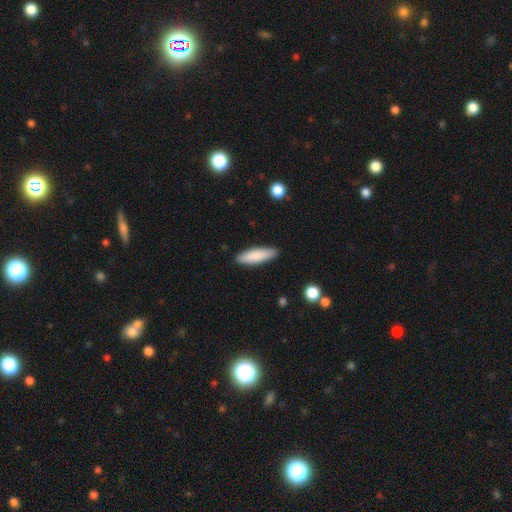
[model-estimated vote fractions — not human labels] The model was most divided on "how rounded": cigar-shaped: 61%, in between: 37%, round: 2%. More confident: merging — none (89%); smooth or featured — smooth (84%).